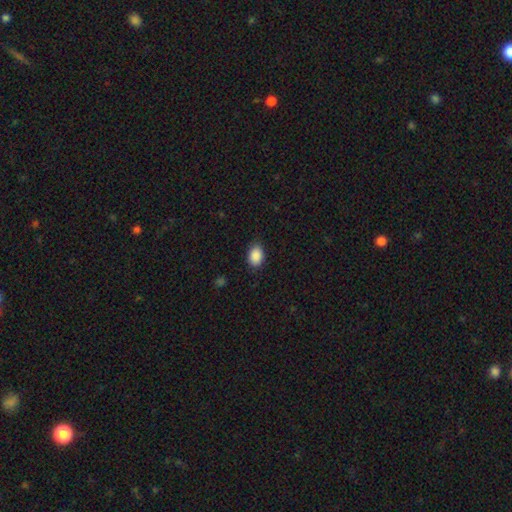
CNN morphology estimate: Smooth or featured? smooth (89%)
How rounded? in between (81%)
Merging? none (84%)